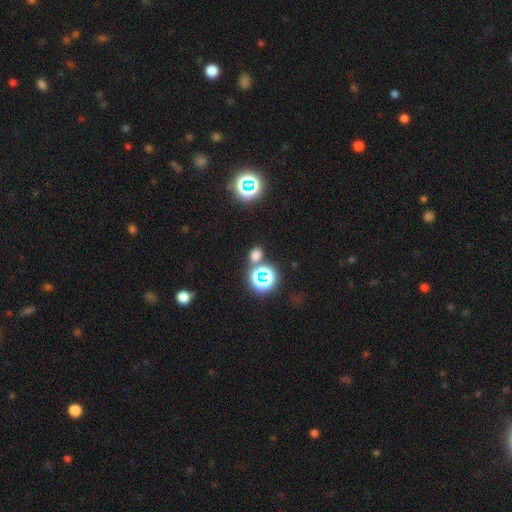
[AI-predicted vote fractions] This appears to be a smooth galaxy with no disk features (60%) that is round (52%). Merging: none (74%).